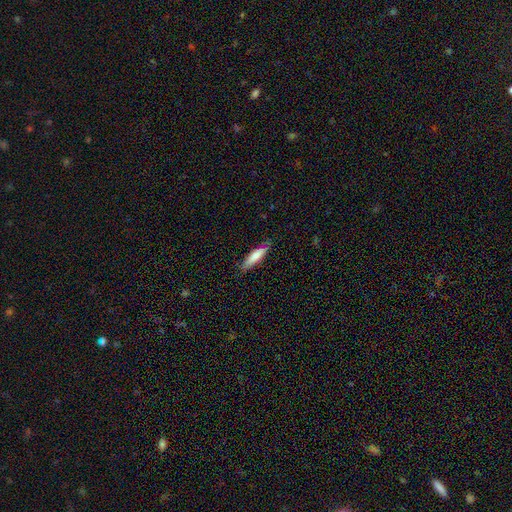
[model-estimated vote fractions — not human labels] Morphology: type=smooth (73%); roundness=cigar-shaped (75%); merging=none (82%).